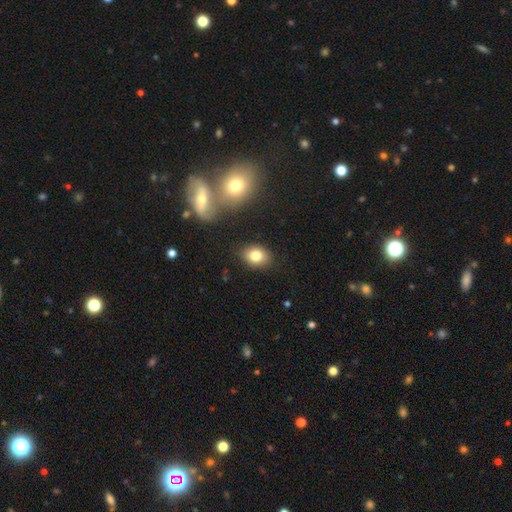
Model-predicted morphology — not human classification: smooth-or-featured: smooth: 80% | featured or disk: 10% | star or artifact: 10%
  how-rounded: in between: 61% | round: 38% | cigar-shaped: 1%
  merging: none: 83% | minor disturbance: 11% | merger: 4% | major disturbance: 3%